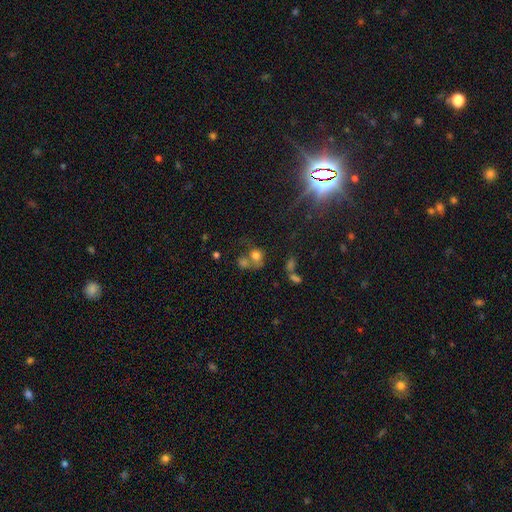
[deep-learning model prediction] Smooth or featured?
  - smooth: 68% *
  - star or artifact: 17%
  - featured or disk: 15%
How rounded?
  - round: 67% *
  - in between: 32%
  - cigar-shaped: 1%
Merging?
  - merger: 43% *
  - none: 34%
  - minor disturbance: 12%
  - major disturbance: 12%